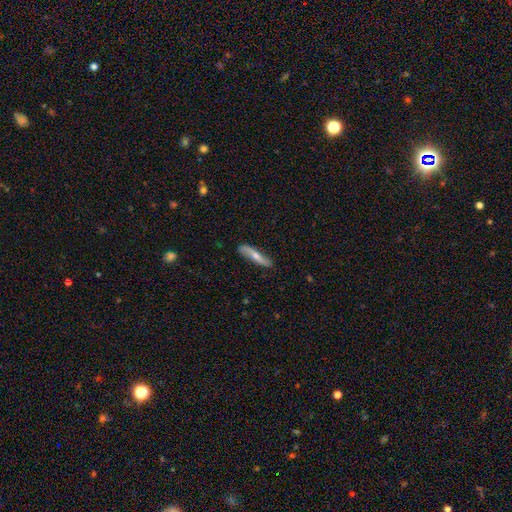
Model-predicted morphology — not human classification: smooth-or-featured: smooth: 51% | featured or disk: 43% | star or artifact: 6%
  how-rounded: cigar-shaped: 82% | in between: 16% | round: 2%
  merging: none: 81% | minor disturbance: 15% | major disturbance: 3% | merger: 2%